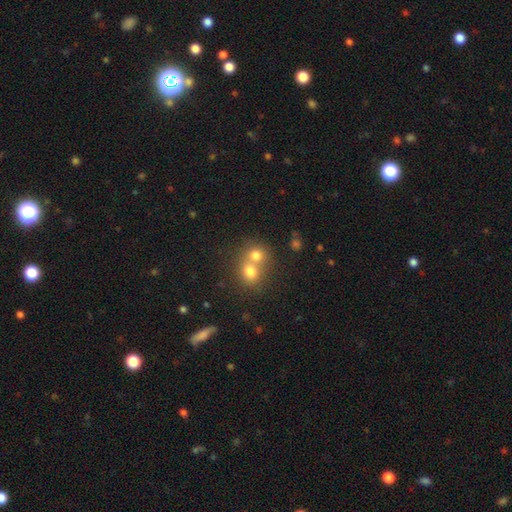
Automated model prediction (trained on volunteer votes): Q: Smooth or featured?
A: smooth (74%); runner-up: featured or disk (14%)
Q: How rounded?
A: round (74%); runner-up: in between (26%)
Q: Merging?
A: merger (64%); runner-up: none (29%)